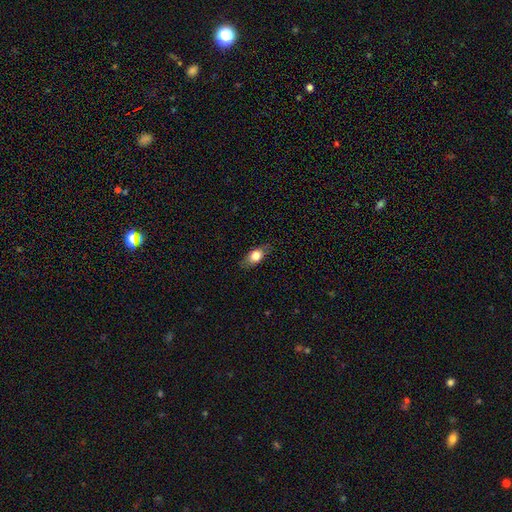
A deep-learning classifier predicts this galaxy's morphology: Smooth or featured? smooth (72%)
How rounded? in between (76%)
Merging? none (78%)